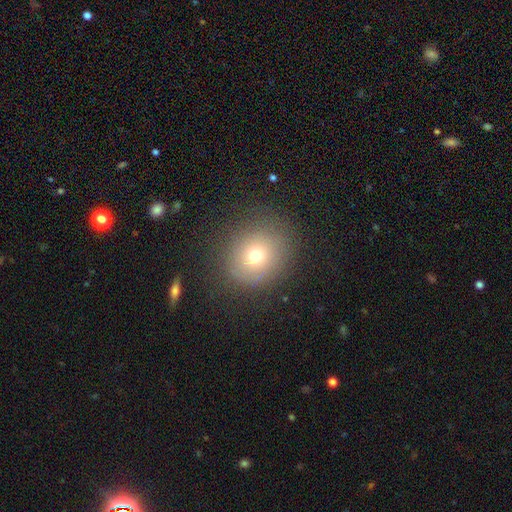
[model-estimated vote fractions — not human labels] Smooth or featured? Predicted: smooth (p=0.70). How rounded? Predicted: round (p=0.77). Merging? Predicted: none (p=0.81).